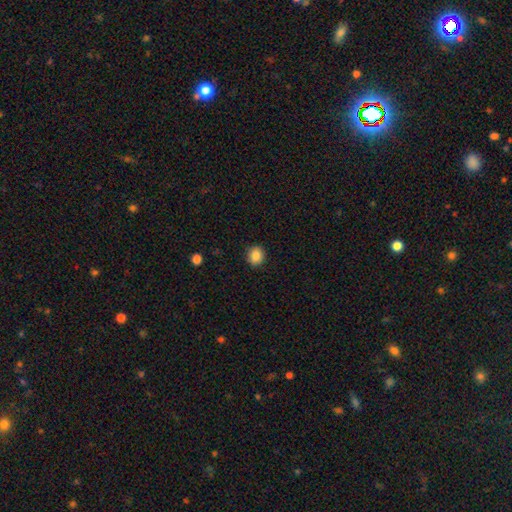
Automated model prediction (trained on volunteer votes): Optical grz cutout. It shows a smooth galaxy with no disk features (86%) that is round (79%). Merging: none (91%).